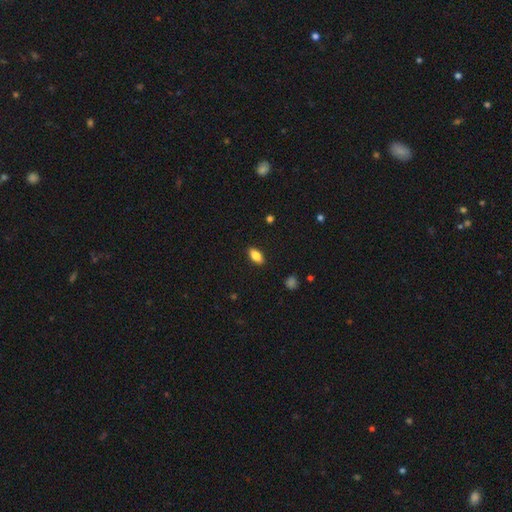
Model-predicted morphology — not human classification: A smooth galaxy with no disk features (81%) that is in between round and cigar-shaped (89%).

Vote fractions:
- Smooth or featured? smooth: 81% / featured or disk: 11% / star or artifact: 8%
- How rounded? in between: 89% / cigar-shaped: 7% / round: 4%
- Merging? none: 89% / minor disturbance: 8% / major disturbance: 2% / merger: 1%